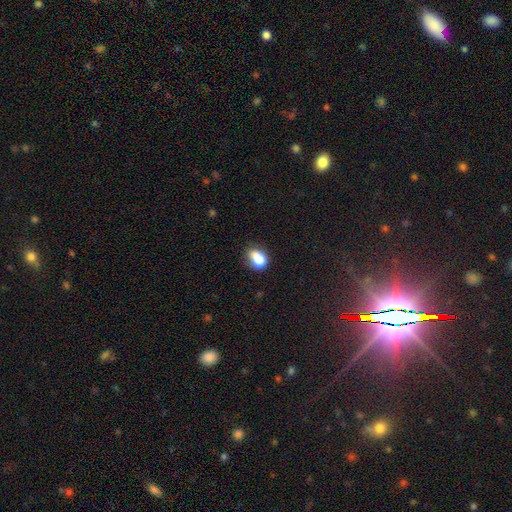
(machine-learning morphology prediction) This appears to be a smooth galaxy with no disk features (76%) that is in between round and cigar-shaped (58%). Merging: none (42%).